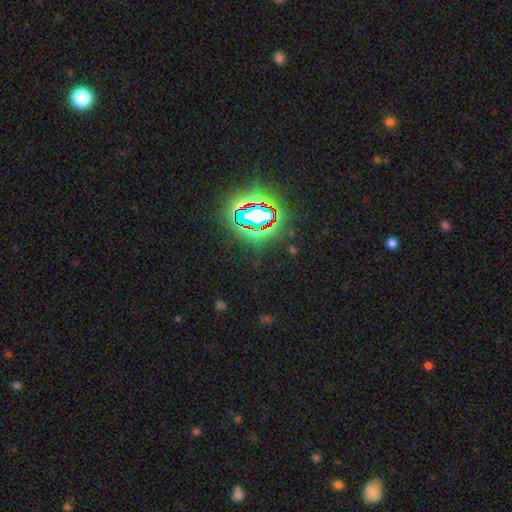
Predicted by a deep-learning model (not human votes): A star or artifact, not a galaxy (79%).